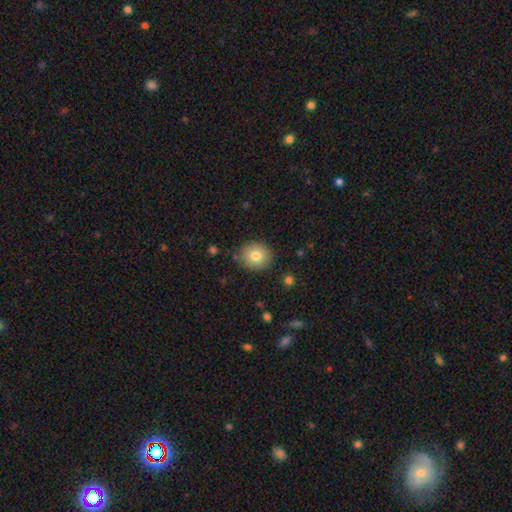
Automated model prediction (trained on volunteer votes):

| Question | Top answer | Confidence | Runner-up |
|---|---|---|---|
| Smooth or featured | smooth | 79% | featured or disk (12%) |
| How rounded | round | 84% | in between (15%) |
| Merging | none | 87% | minor disturbance (9%) |